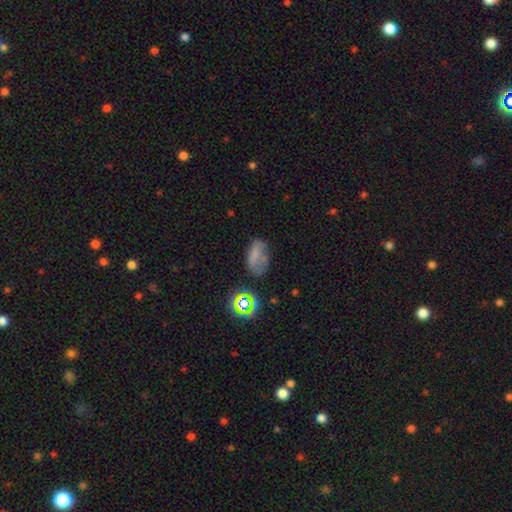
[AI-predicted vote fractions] A smooth galaxy with no disk features (60%) that is in between round and cigar-shaped (86%).

Vote fractions:
- Smooth or featured? smooth: 60% / star or artifact: 20% / featured or disk: 19%
- How rounded? in between: 86% / round: 11% / cigar-shaped: 4%
- Merging? none: 43% / minor disturbance: 30% / major disturbance: 20% / merger: 7%